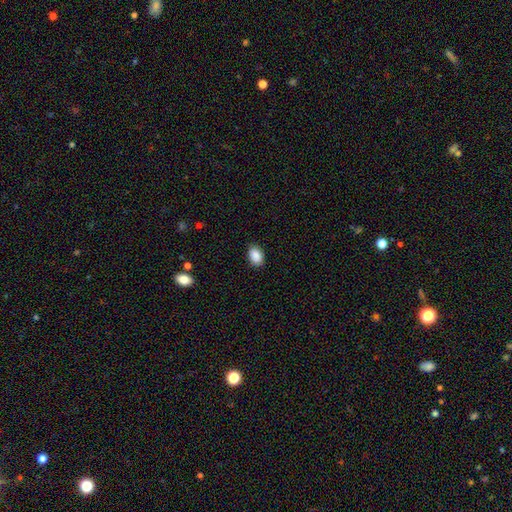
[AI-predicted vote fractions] smooth 89%, star or artifact 7%, featured or disk 3%. Down the decision tree: how rounded — in between (86%); merging — none (88%).